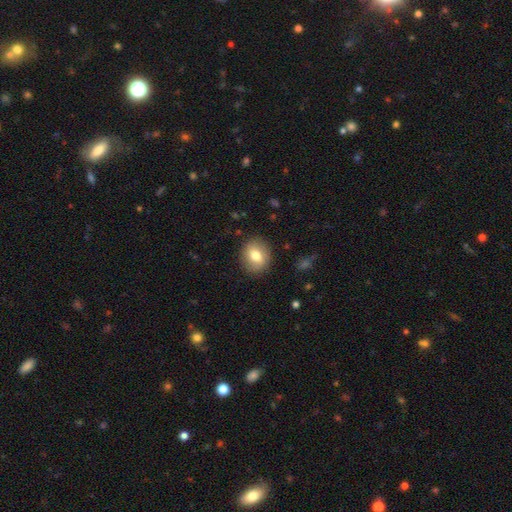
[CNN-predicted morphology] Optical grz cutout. It shows a smooth galaxy with no disk features (75%) that is round (56%). Merging: none (87%).